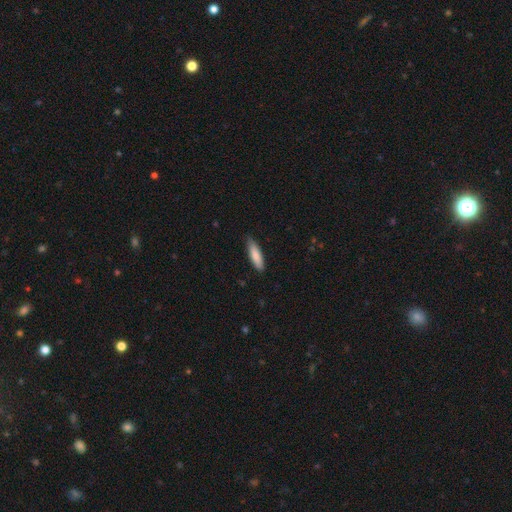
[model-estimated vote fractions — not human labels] This is clearly a smooth galaxy (85%). How rounded: likely cigar-shaped (65%). Merging: clearly none (83%).